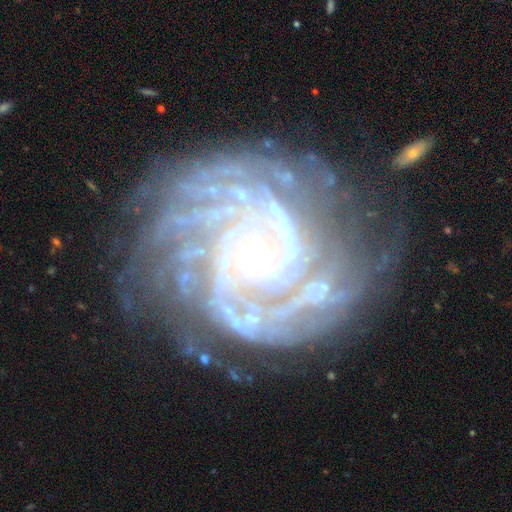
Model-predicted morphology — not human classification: Smooth or featured? Predicted: featured or disk (p=0.90). Edge-on disk? Predicted: no (p=0.97). Bar? Predicted: no (p=0.67). Spiral arms? Predicted: yes (p=0.97). Spiral winding? Predicted: tight (p=0.73). Spiral arm count? Predicted: can't tell (p=0.25). Bulge size? Predicted: small (p=0.60). Merging? Predicted: none (p=0.71).